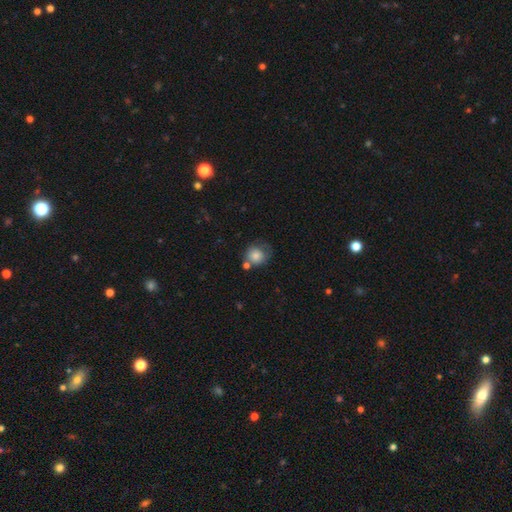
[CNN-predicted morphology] smooth 79%, featured or disk 12%, star or artifact 9%. Down the decision tree: how rounded — round (80%); merging — none (47%).